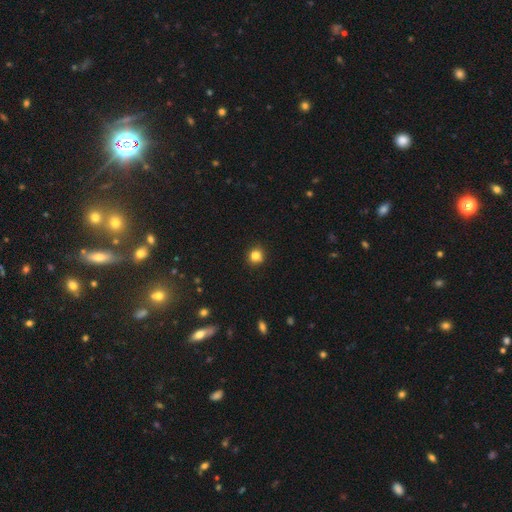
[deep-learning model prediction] smooth 82%, star or artifact 13%, featured or disk 5%. Down the decision tree: how rounded — round (88%); merging — none (88%).